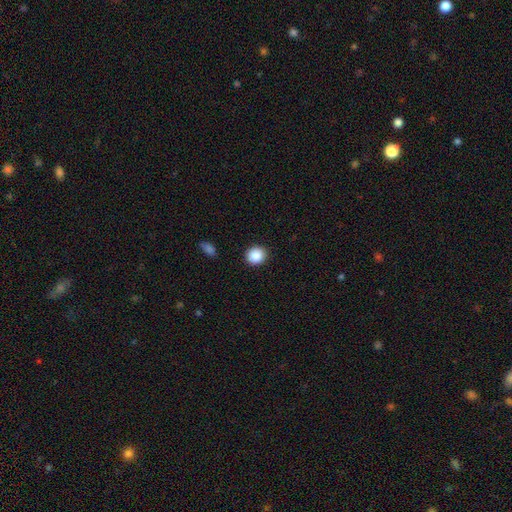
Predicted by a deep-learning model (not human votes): The model was most divided on "how rounded": round: 85%, in between: 14%, cigar-shaped: 1%. More confident: merging — none (91%); smooth or featured — smooth (88%).